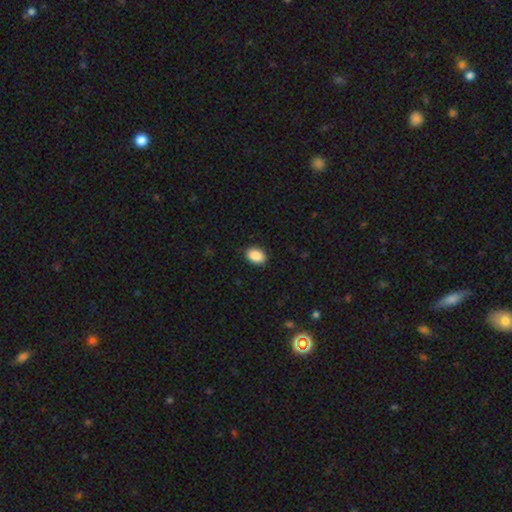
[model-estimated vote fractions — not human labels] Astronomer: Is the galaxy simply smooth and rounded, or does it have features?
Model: smooth — 90%.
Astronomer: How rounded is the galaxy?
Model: in between — 85%.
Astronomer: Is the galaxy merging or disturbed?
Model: none — 89%.